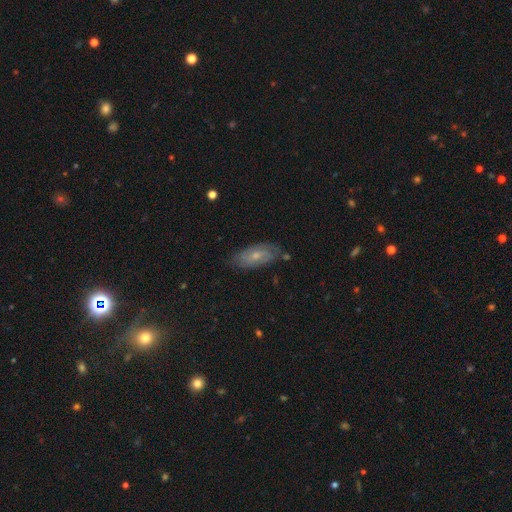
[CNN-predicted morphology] Smooth or featured? featured or disk (57%)
Edge-on disk? no (89%)
Bar? no (60%)
Spiral arms? yes (80%)
Bulge size? small (63%)
Merging? none (72%)